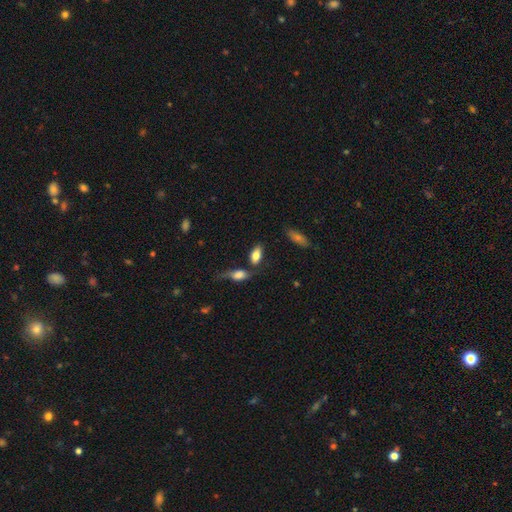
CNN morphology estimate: A smooth galaxy with no disk features (79%) that is in between round and cigar-shaped (89%).

Vote fractions:
- Smooth or featured? smooth: 79% / featured or disk: 14% / star or artifact: 7%
- How rounded? in between: 89% / cigar-shaped: 7% / round: 4%
- Merging? none: 63% / merger: 17% / minor disturbance: 14% / major disturbance: 6%